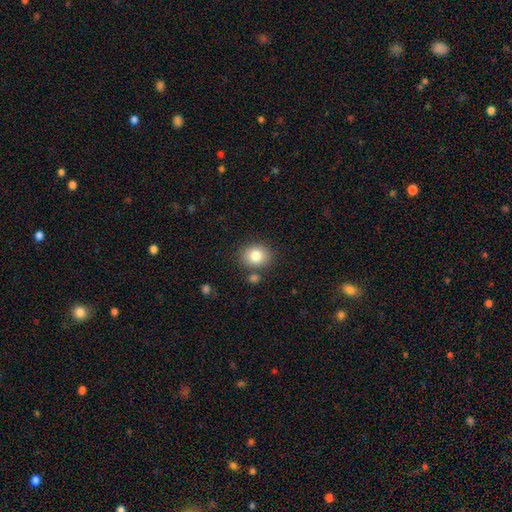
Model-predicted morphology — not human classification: A smooth galaxy with no disk features (81%) that is round (70%). Merging: none (80%).